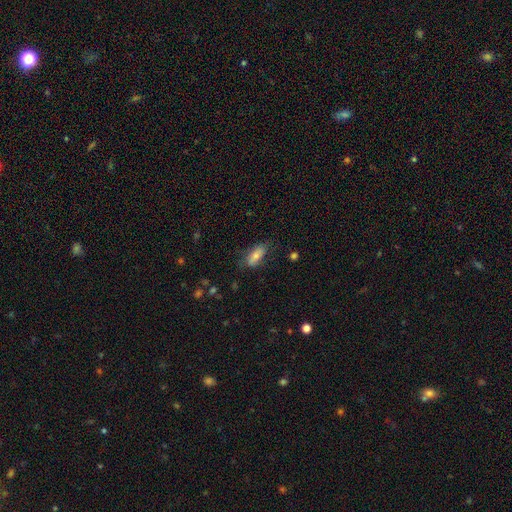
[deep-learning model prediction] This is likely a smooth galaxy (71%). How rounded: clearly in between (80%). Merging: likely none (66%).